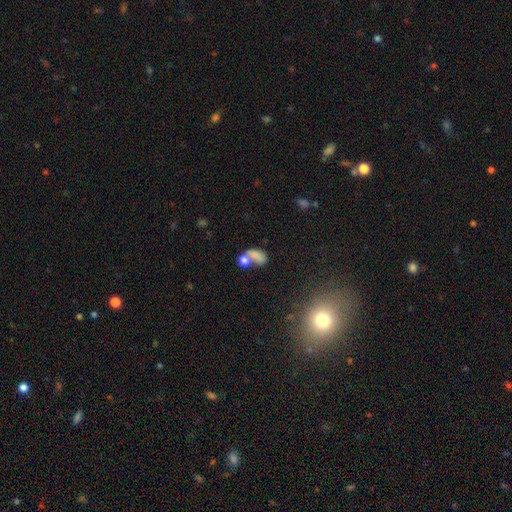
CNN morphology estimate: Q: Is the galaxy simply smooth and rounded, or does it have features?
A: smooth — 71%.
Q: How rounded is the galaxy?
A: in between — 77%.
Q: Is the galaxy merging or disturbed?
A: merger — 51%.